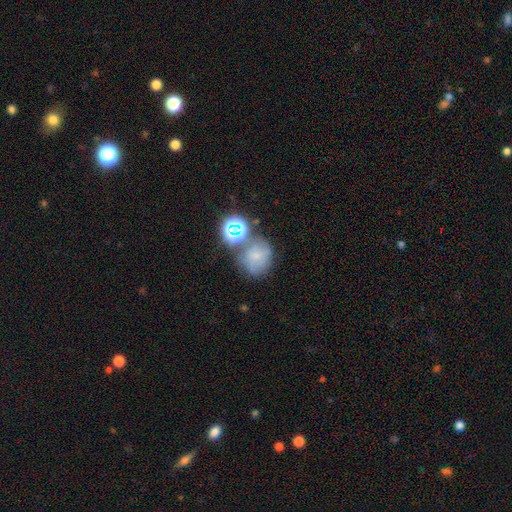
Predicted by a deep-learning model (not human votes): Overall: smooth (53%; featured or disk 24%). How rounded: round (74%). Merging: none (50%; merger 23%).